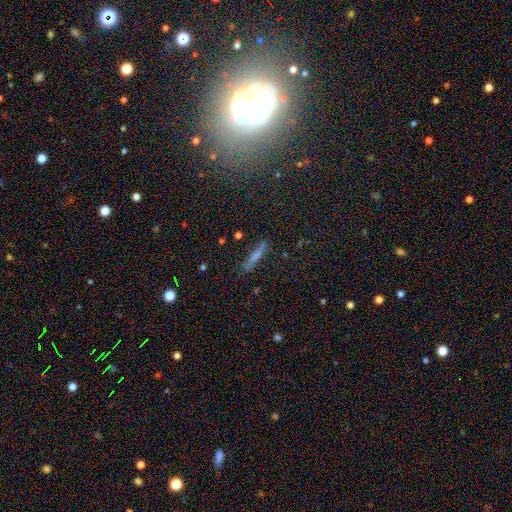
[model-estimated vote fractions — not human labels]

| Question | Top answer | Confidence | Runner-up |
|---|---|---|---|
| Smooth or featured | smooth | 59% | featured or disk (29%) |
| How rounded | cigar-shaped | 91% | in between (6%) |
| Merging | none | 82% | minor disturbance (12%) |